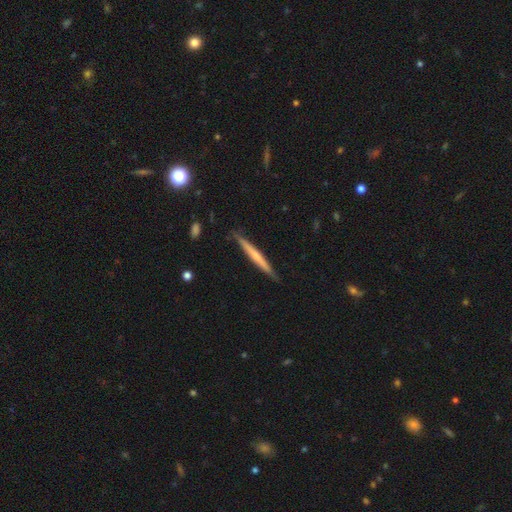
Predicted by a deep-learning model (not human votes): Smooth or featured: featured or disk — 51% (smooth — 44%)
Edge-on disk: yes — 97% (no — 3%)
Merging: none — 86% (minor disturbance — 11%)